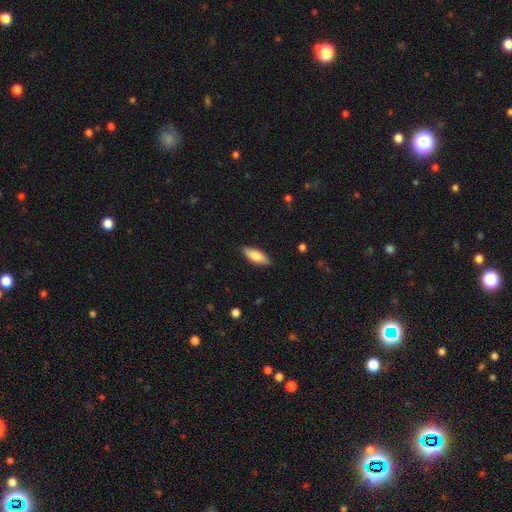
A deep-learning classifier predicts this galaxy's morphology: The model was most divided on "how rounded": in between: 72%, cigar-shaped: 26%, round: 2%. More confident: merging — none (86%); smooth or featured — smooth (77%).